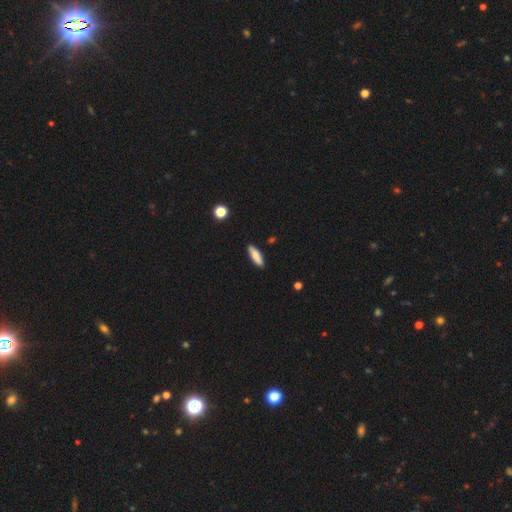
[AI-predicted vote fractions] Smooth or featured? smooth (80%)
How rounded? cigar-shaped (54%)
Merging? none (88%)